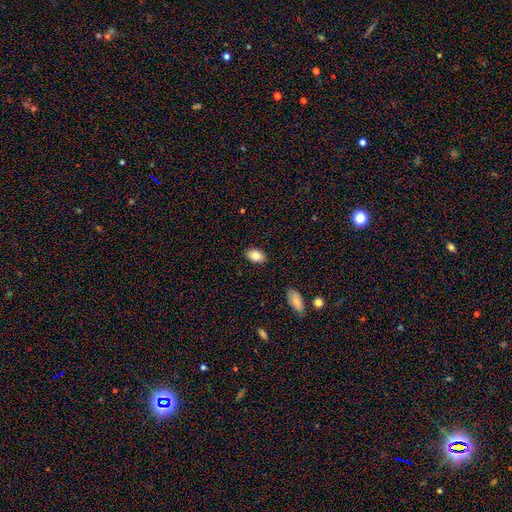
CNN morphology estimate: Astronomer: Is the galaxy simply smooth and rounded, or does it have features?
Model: smooth — 81%.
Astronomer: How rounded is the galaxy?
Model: in between — 89%.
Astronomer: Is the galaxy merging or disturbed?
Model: none — 88%.